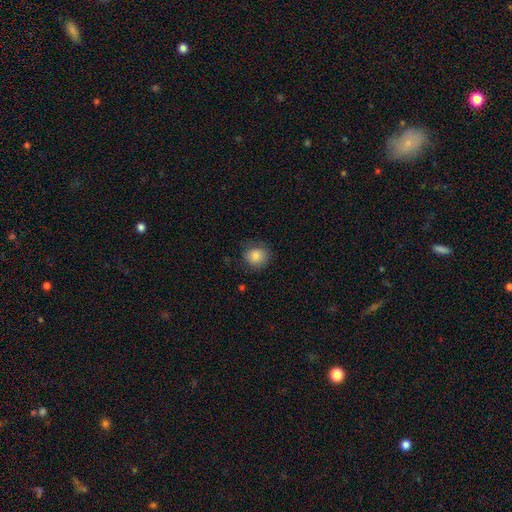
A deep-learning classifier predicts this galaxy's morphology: The model was most divided on "how rounded": round: 76%, in between: 23%, cigar-shaped: 1%. More confident: smooth or featured — smooth (83%); merging — none (77%).